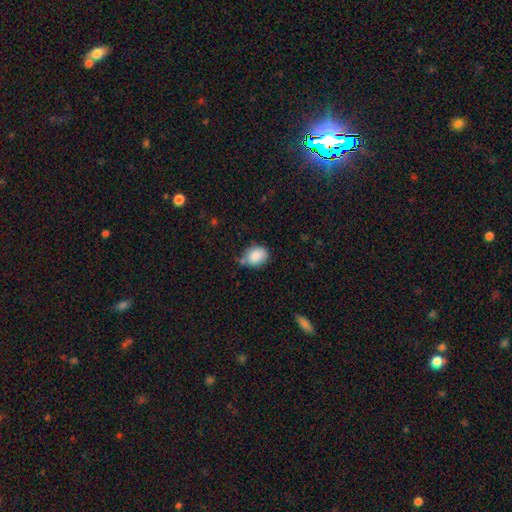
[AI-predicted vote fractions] The model was most divided on "how rounded": in between: 54%, round: 45%, cigar-shaped: 1%. More confident: smooth or featured — smooth (87%); merging — none (63%).